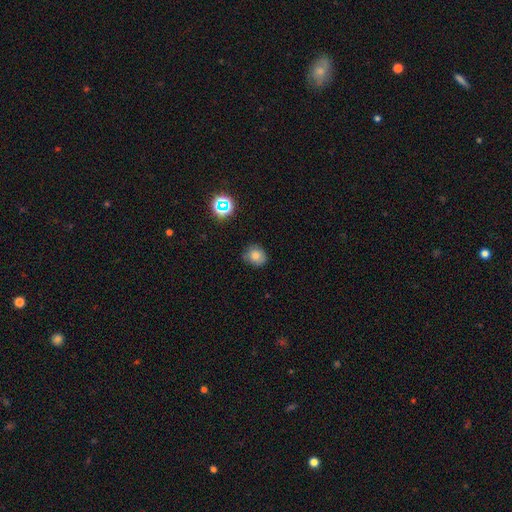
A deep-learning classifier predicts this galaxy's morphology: This is likely a smooth galaxy (76%). How rounded: likely round (73%). Merging: likely none (73%).